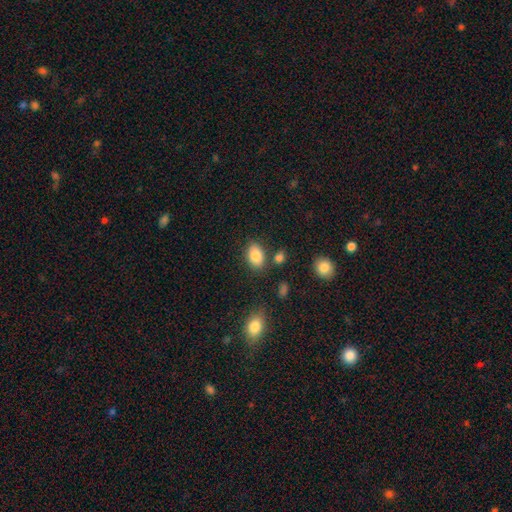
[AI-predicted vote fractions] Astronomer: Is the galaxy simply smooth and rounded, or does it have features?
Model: smooth — 85%.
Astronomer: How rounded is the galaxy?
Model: in between — 88%.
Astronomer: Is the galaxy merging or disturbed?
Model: none — 77%.